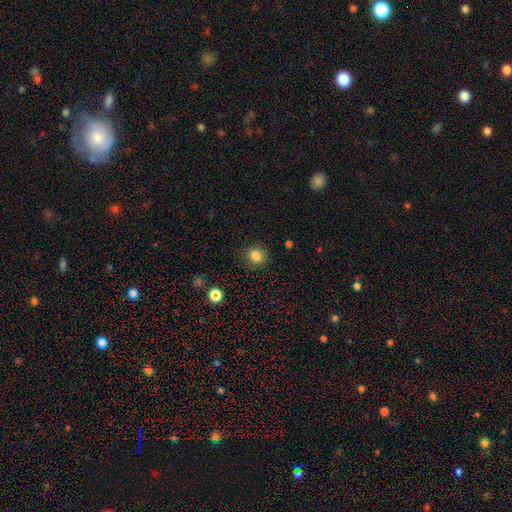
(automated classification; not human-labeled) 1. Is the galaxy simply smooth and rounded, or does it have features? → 85% smooth, 11% star or artifact, 5% featured or disk.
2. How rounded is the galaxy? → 82% round, 17% in between, 1% cigar-shaped.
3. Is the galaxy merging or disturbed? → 87% none, 9% minor disturbance, 3% major disturbance, 1% merger.